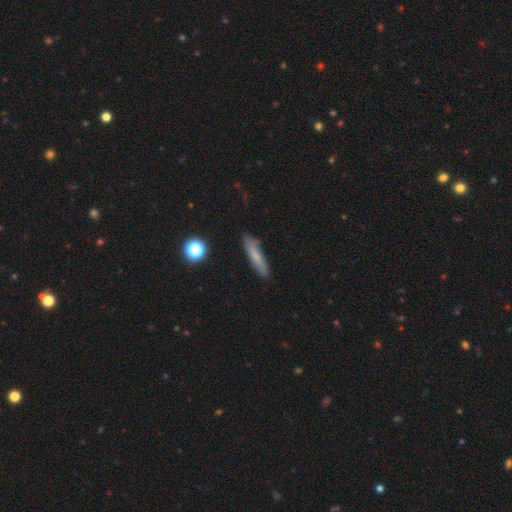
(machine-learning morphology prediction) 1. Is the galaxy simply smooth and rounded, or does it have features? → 71% smooth, 20% featured or disk, 9% star or artifact.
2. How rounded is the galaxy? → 84% cigar-shaped, 13% in between, 2% round.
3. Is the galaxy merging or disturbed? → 83% none, 12% minor disturbance, 3% major disturbance, 2% merger.